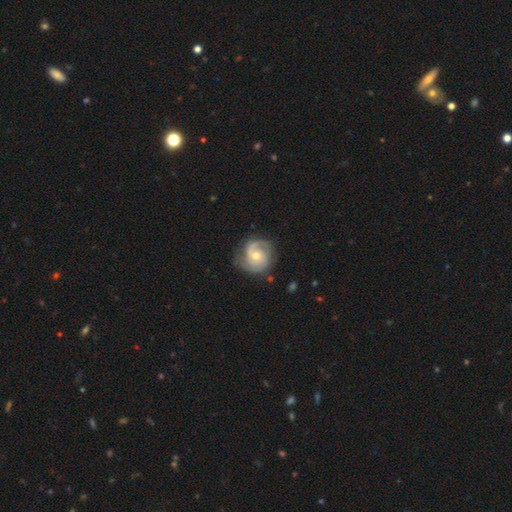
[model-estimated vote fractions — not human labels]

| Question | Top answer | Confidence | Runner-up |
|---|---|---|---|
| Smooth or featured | featured or disk | 84% | smooth (11%) |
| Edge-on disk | no | 98% | yes (2%) |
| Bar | no | 66% | weak (28%) |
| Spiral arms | yes | 96% | no (4%) |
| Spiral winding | tight | 52% | medium (37%) |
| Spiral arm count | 2 | 67% | can't tell (11%) |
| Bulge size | moderate | 53% | small (44%) |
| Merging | none | 74% | minor disturbance (18%) |